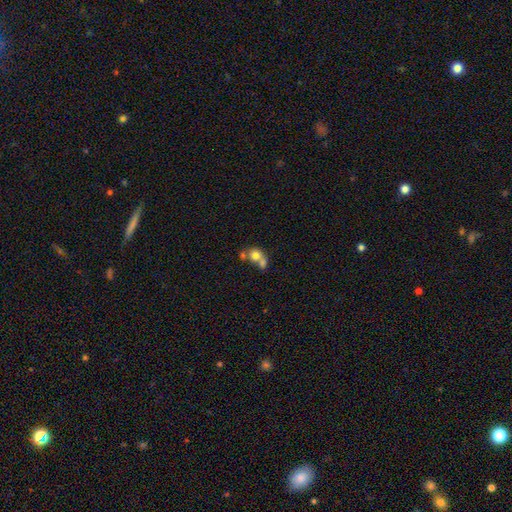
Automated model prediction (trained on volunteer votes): This appears to be a smooth galaxy with no disk features (70%) that is round (67%). Merging: merger (62%).